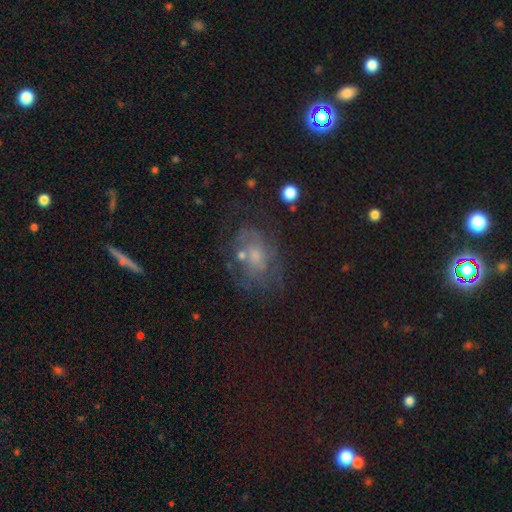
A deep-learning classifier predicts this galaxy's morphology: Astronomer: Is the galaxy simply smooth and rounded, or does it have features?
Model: featured or disk — 52% (runner-up: smooth, 32%).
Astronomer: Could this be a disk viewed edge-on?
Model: no — 97%.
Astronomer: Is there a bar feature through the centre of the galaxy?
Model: no — 79%.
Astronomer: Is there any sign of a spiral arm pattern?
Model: yes — 57% (runner-up: no, 43%).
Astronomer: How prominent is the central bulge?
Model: small — 45% (runner-up: moderate, 37%).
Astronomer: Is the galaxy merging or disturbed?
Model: none — 53%.